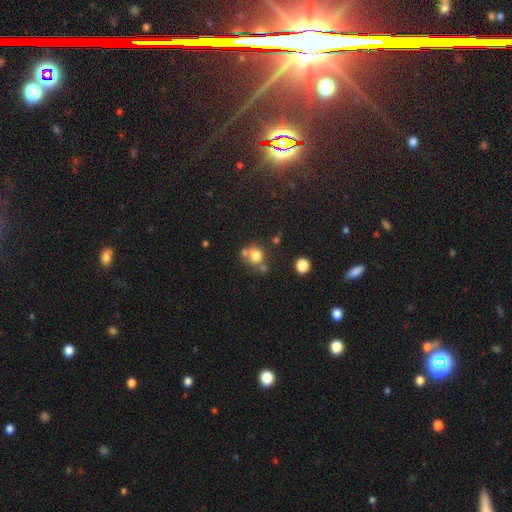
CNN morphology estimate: smooth-or-featured: smooth: 74% | star or artifact: 14% | featured or disk: 12%
  how-rounded: round: 80% | in between: 19% | cigar-shaped: 1%
  merging: none: 51% | merger: 31% | minor disturbance: 12% | major disturbance: 5%